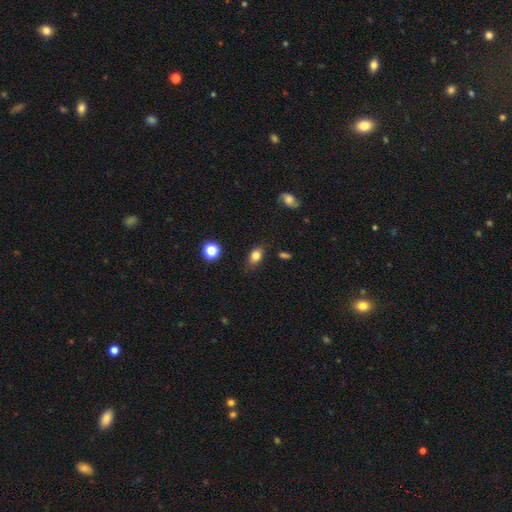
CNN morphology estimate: Smooth or featured: smooth — 81% (star or artifact — 10%)
How rounded: in between — 80% (round — 18%)
Merging: none — 78% (minor disturbance — 17%)